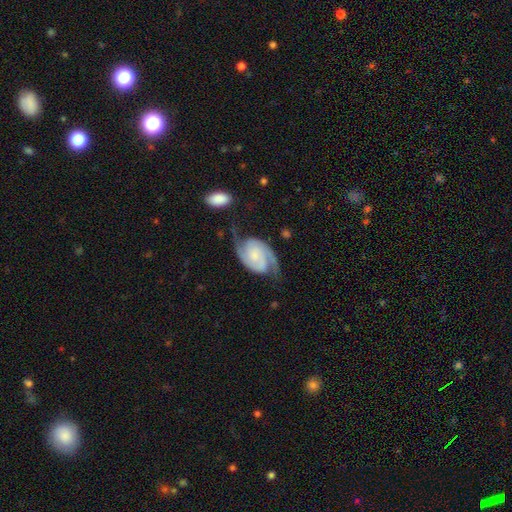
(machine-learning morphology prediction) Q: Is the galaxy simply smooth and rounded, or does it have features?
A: featured or disk — 88%.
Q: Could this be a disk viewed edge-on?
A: no — 98%.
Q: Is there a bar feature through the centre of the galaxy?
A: no — 63%.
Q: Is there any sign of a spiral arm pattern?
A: yes — 98%.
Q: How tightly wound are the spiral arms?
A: medium — 48%.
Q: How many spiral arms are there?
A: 2 — 93%.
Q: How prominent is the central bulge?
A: small — 49%.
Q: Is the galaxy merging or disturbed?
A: none — 68%.